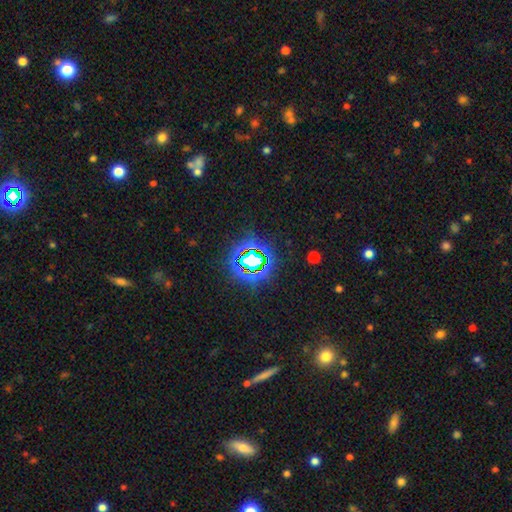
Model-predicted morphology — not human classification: Smooth or featured: star or artifact — 75% (smooth — 16%)